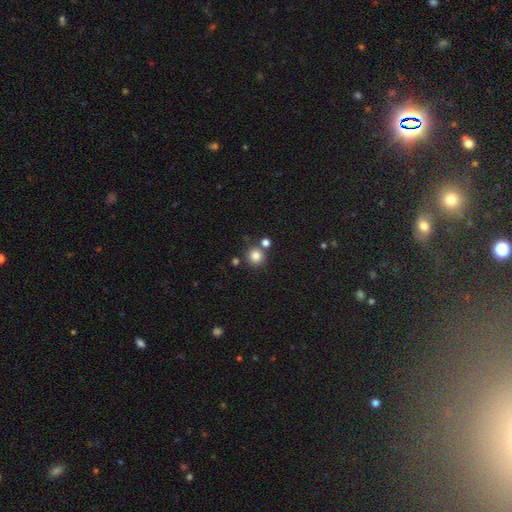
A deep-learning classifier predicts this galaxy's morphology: Smooth or featured? smooth (83%)
How rounded? round (92%)
Merging? none (76%)